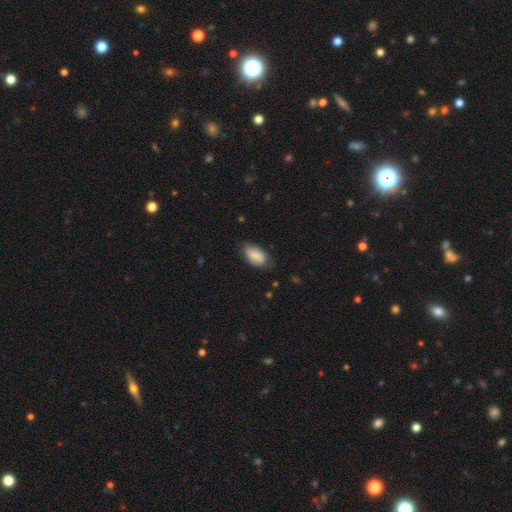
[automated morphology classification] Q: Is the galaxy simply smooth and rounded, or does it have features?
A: smooth — 85%.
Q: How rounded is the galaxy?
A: in between — 93%.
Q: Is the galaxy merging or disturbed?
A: none — 69%.